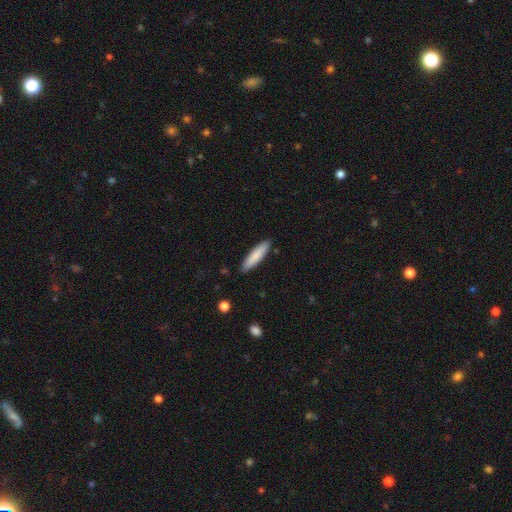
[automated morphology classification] type=smooth (84%); roundness=cigar-shaped (76%); merging=none (89%).